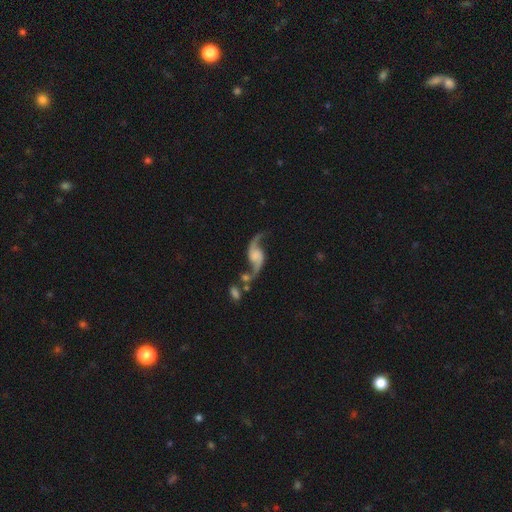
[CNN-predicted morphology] A featured or disk galaxy (89%) with no bar (59%), 2 (94%) loose (89%) spiral arms (97%) and no central bulge (47%).

Vote fractions:
- Smooth or featured? featured or disk: 89% / smooth: 5% / star or artifact: 5%
- Edge-on disk? no: 96% / yes: 4%
- Bar? no: 59% / weak: 31% / strong: 10%
- Spiral arms? yes: 97% / no: 3%
- Spiral winding? loose: 89% / medium: 9% / tight: 2%
- Spiral arm count? 2: 94% / 1: 2% / can't tell: 1% / 3: 1% / 4: 1% / more than 4: 1%
- Bulge size? none: 47% / small: 17% / large: 16% / moderate: 15% / dominant: 5%
- Merging? none: 60% / minor disturbance: 15% / merger: 15% / major disturbance: 10%